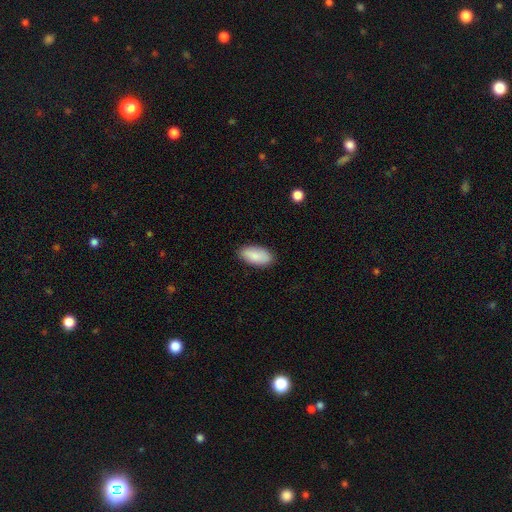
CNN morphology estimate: Overall: smooth (87%). How rounded: in between (92%). Merging: none (87%).